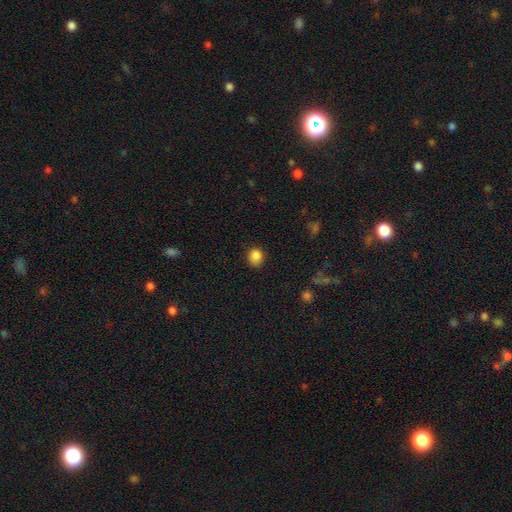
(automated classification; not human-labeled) A smooth galaxy with no disk features (86%) that is round (76%).

Vote fractions:
- Smooth or featured? smooth: 86% / star or artifact: 10% / featured or disk: 4%
- How rounded? round: 76% / in between: 23% / cigar-shaped: 1%
- Merging? none: 80% / minor disturbance: 16% / major disturbance: 3% / merger: 1%